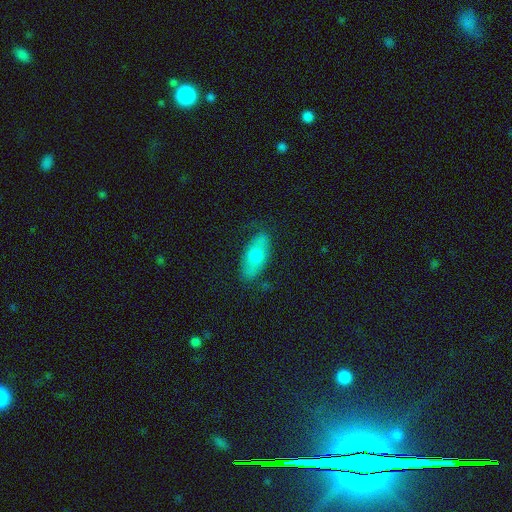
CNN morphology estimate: The model was most divided on "smooth or featured": smooth: 65%, featured or disk: 29%, star or artifact: 7%. More confident: how rounded — in between (86%); merging — none (79%).